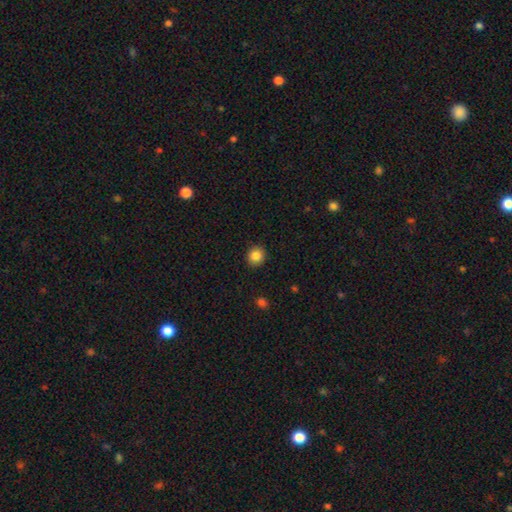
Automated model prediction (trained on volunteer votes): This appears to be a smooth galaxy with no disk features (85%) that is round (87%). Merging: none (91%).